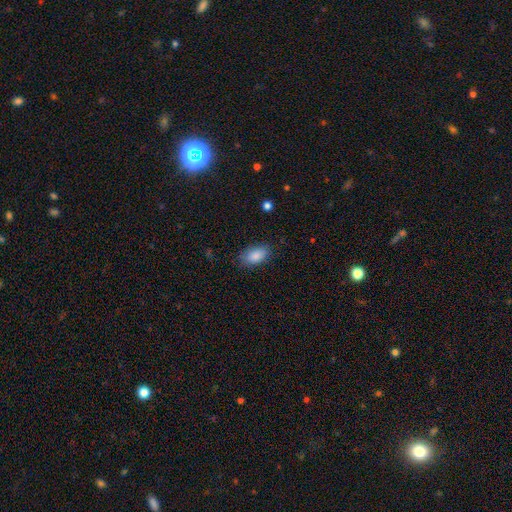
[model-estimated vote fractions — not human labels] smooth 87%, star or artifact 7%, featured or disk 6%. Down the decision tree: how rounded — in between (92%); merging — none (81%).